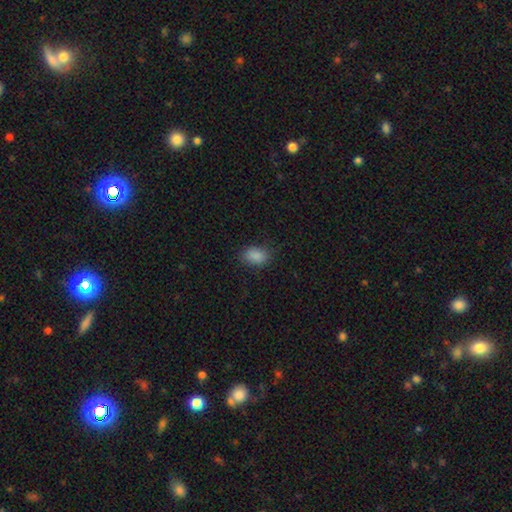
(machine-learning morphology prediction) smooth_or_featured: smooth (p=0.87) [alt: star or artifact p=0.09]
how_rounded: in between (p=0.83) [alt: round p=0.16]
merging: none (p=0.80) [alt: minor disturbance p=0.15]